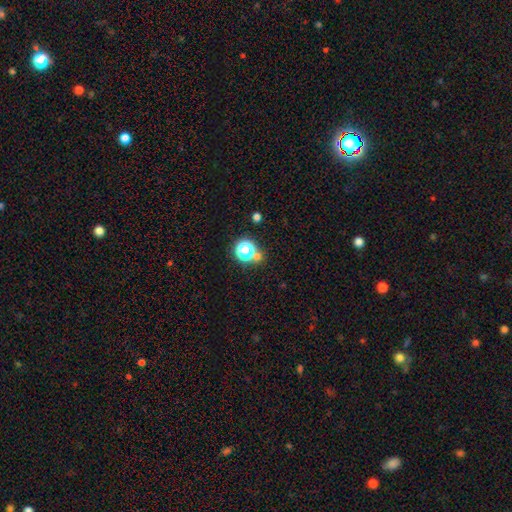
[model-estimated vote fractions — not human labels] Smooth or featured?
  - smooth: 55% *
  - star or artifact: 37%
  - featured or disk: 8%
How rounded?
  - round: 85% *
  - in between: 14%
  - cigar-shaped: 1%
Merging?
  - none: 64% *
  - merger: 22%
  - minor disturbance: 9%
  - major disturbance: 5%